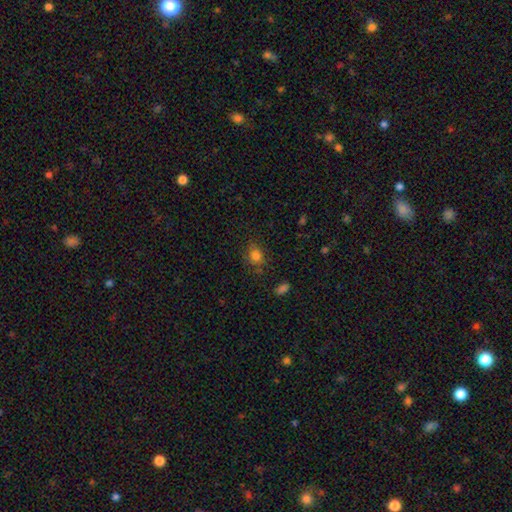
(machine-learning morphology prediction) This appears to be a smooth galaxy with no disk features (80%) that is round (57%). Merging: none (73%).